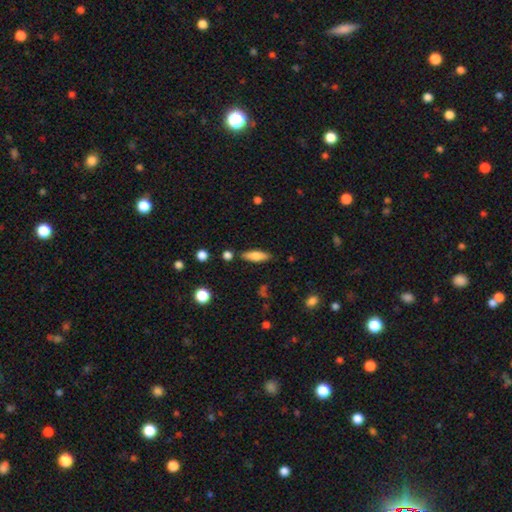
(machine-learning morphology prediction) The model was most divided on "how rounded": in between: 56%, cigar-shaped: 42%, round: 2%. More confident: merging — none (83%); smooth or featured — smooth (74%).